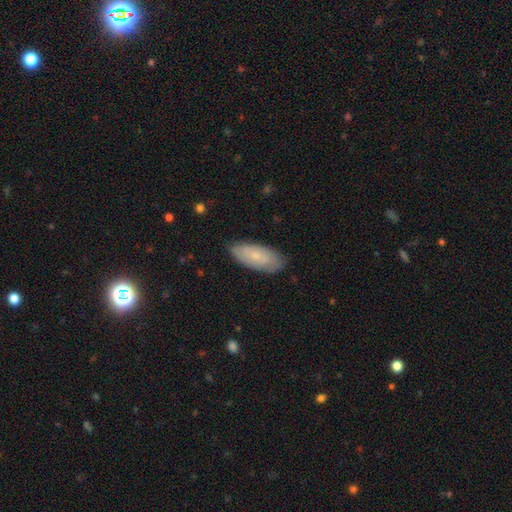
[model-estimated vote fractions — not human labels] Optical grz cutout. It shows a smooth galaxy with no disk features (60%) that is in between round and cigar-shaped (83%). Merging: none (81%).